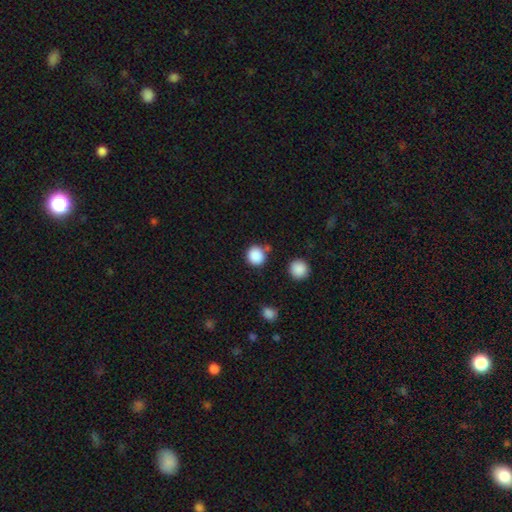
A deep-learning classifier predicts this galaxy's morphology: Smooth or featured?
  - smooth: 87% *
  - star or artifact: 9%
  - featured or disk: 4%
How rounded?
  - round: 89% *
  - in between: 10%
  - cigar-shaped: 1%
Merging?
  - none: 78% *
  - minor disturbance: 11%
  - merger: 8%
  - major disturbance: 3%